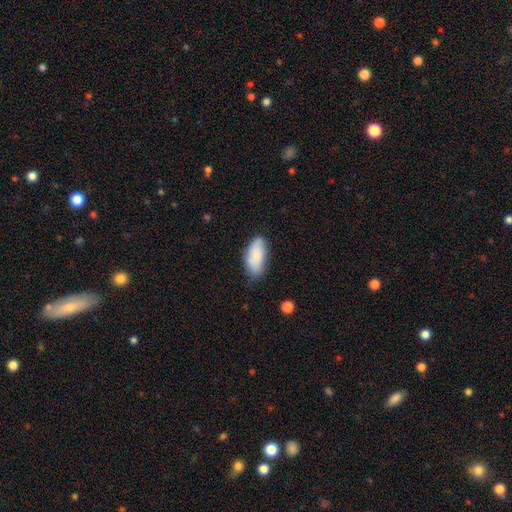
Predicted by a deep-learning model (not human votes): Smooth or featured? Predicted: smooth (p=0.84). How rounded? Predicted: in between (p=0.90). Merging? Predicted: none (p=0.70).